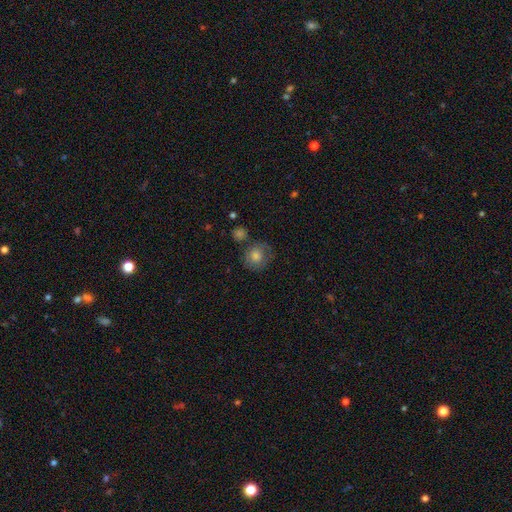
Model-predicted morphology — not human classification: A smooth galaxy with no disk features (68%) that is round (84%). Merging: none (67%).